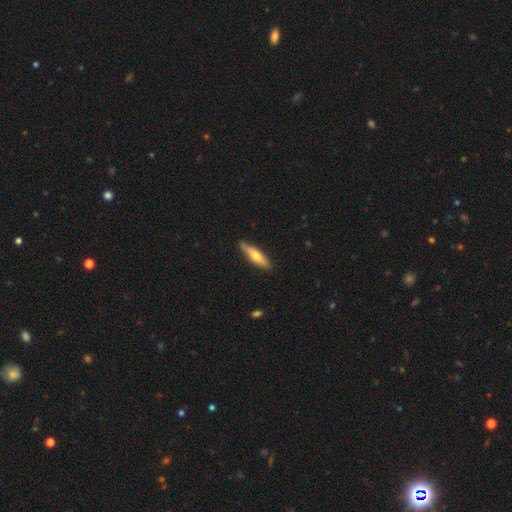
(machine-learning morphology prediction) Overall: smooth (55%; featured or disk 40%). How rounded: cigar-shaped (72%). Merging: none (87%).